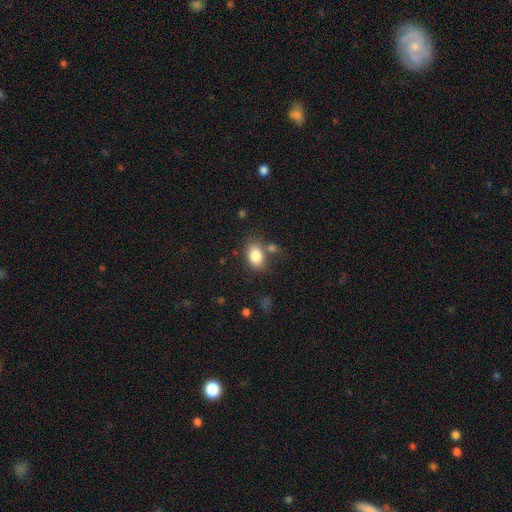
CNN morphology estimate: Smooth or featured? Predicted: smooth (p=0.84). How rounded? Predicted: in between (p=0.82). Merging? Predicted: none (p=0.65).